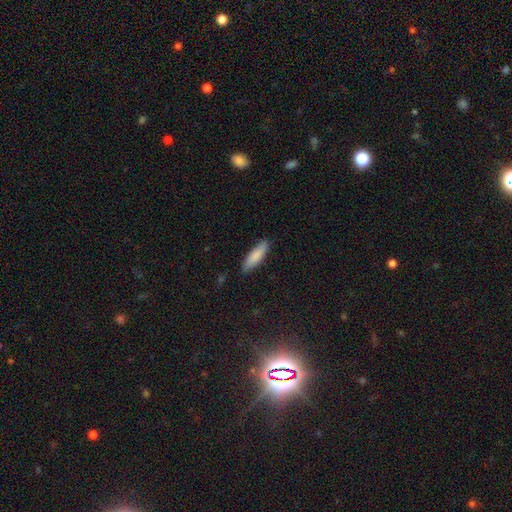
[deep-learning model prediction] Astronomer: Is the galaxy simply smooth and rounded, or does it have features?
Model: smooth — 84%.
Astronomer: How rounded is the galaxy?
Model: cigar-shaped — 60% (runner-up: in between, 39%).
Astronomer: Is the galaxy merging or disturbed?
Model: none — 83%.